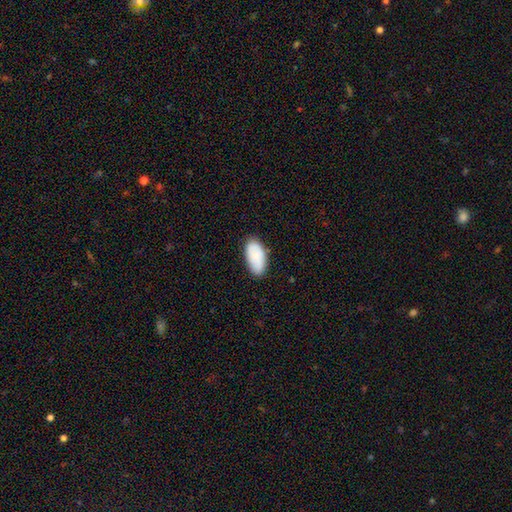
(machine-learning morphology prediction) A smooth galaxy with no disk features (78%) that is in between round and cigar-shaped (95%).

Vote fractions:
- Smooth or featured? smooth: 78% / featured or disk: 15% / star or artifact: 6%
- How rounded? in between: 95% / cigar-shaped: 3% / round: 3%
- Merging? none: 79% / minor disturbance: 17% / major disturbance: 3% / merger: 1%